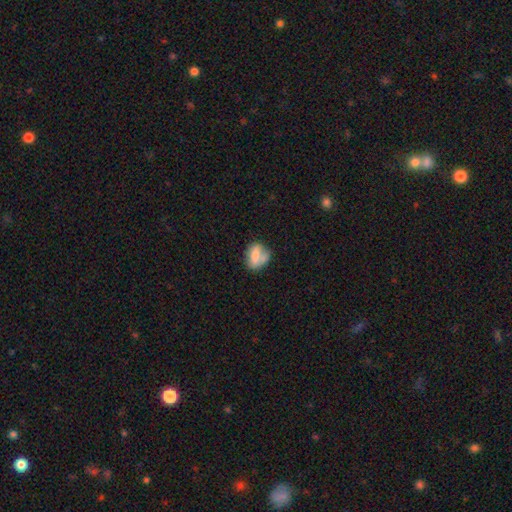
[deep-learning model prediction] smooth 66%, featured or disk 25%, star or artifact 9%. Down the decision tree: how rounded — in between (59%); merging — none (50%).